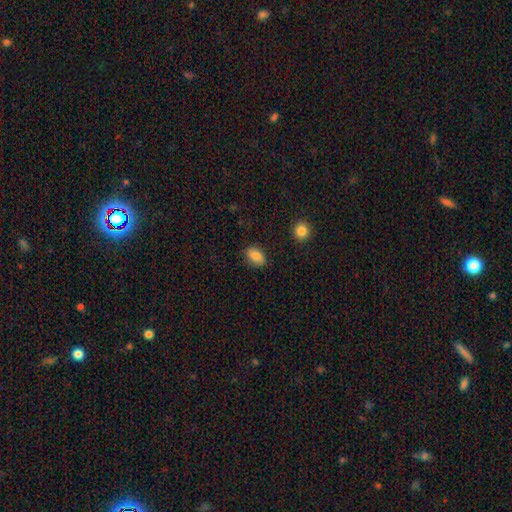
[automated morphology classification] smooth_or_featured: smooth (p=0.80) [alt: featured or disk p=0.11]
how_rounded: in between (p=0.82) [alt: round p=0.16]
merging: none (p=0.79) [alt: minor disturbance p=0.16]